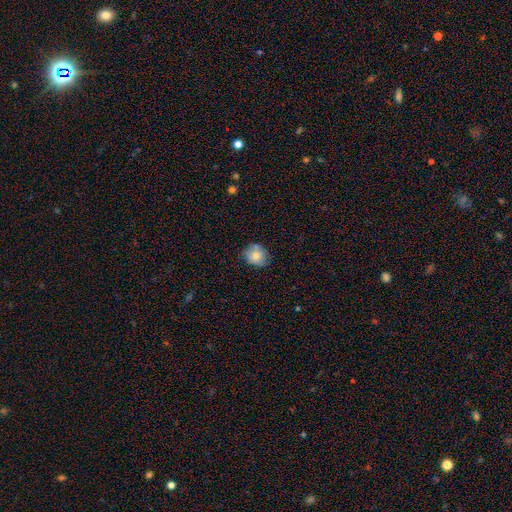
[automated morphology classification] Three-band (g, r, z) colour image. It shows a smooth galaxy with no disk features (73%) that is round (70%). Merging: none (71%).